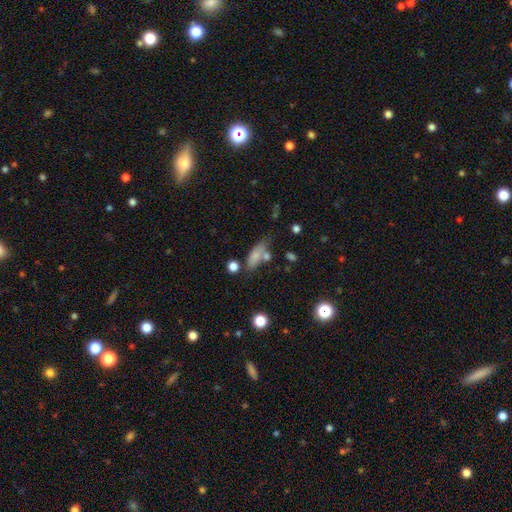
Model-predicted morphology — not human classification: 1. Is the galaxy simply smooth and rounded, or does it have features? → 74% smooth, 16% featured or disk, 9% star or artifact.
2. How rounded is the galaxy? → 74% in between, 21% cigar-shaped, 5% round.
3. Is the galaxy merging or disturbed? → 46% none, 24% minor disturbance, 20% merger, 11% major disturbance.